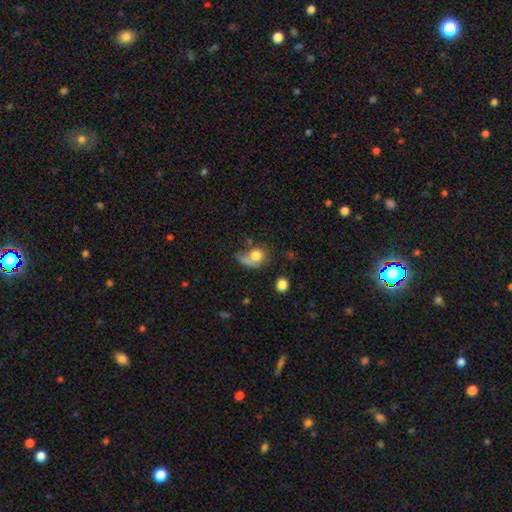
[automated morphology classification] A smooth galaxy with no disk features (73%) that is round (53%). Merging: major disturbance (34%).